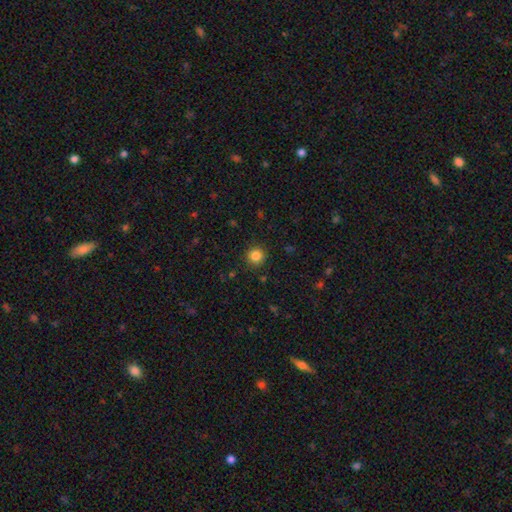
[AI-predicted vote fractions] This is clearly a smooth galaxy (84%). How rounded: clearly round (94%). Merging: clearly none (91%).